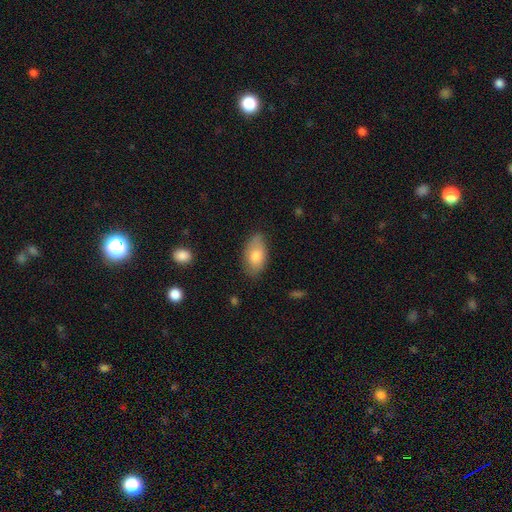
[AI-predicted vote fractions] Smooth or featured?
  - smooth: 77% *
  - featured or disk: 16%
  - star or artifact: 6%
How rounded?
  - in between: 93% *
  - round: 5%
  - cigar-shaped: 2%
Merging?
  - none: 75% *
  - minor disturbance: 20%
  - major disturbance: 4%
  - merger: 1%